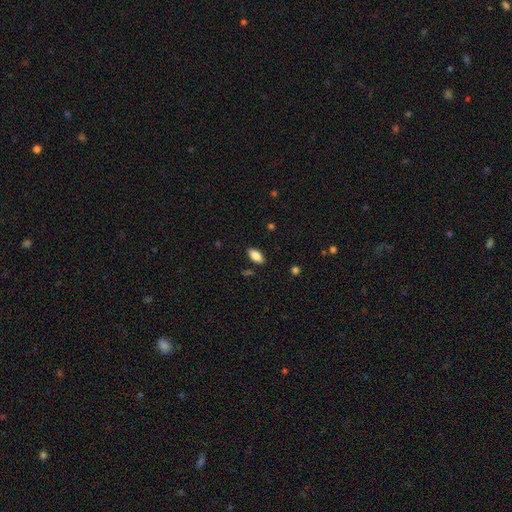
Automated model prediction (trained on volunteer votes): Smooth or featured: smooth — 84% (featured or disk — 9%)
How rounded: in between — 91% (cigar-shaped — 7%)
Merging: none — 87% (minor disturbance — 9%)